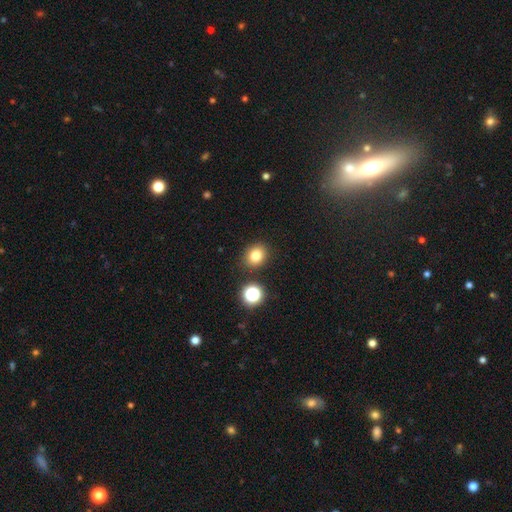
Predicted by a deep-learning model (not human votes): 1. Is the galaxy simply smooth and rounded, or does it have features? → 78% smooth, 15% star or artifact, 7% featured or disk.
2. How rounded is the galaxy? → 66% round, 33% in between, 1% cigar-shaped.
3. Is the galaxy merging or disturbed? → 86% none, 8% minor disturbance, 4% merger, 3% major disturbance.